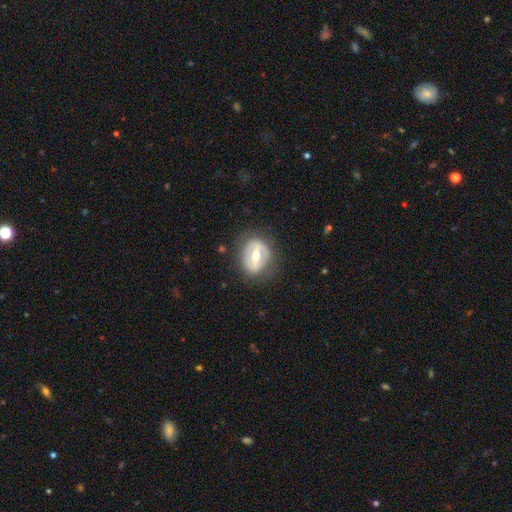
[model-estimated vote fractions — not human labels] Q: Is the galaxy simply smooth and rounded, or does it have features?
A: featured or disk — 65%.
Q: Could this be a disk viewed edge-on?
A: no — 92%.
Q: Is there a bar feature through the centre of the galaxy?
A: strong — 63%.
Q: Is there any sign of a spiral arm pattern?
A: no — 71%.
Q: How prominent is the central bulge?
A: moderate — 69%.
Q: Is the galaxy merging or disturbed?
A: none — 75%.